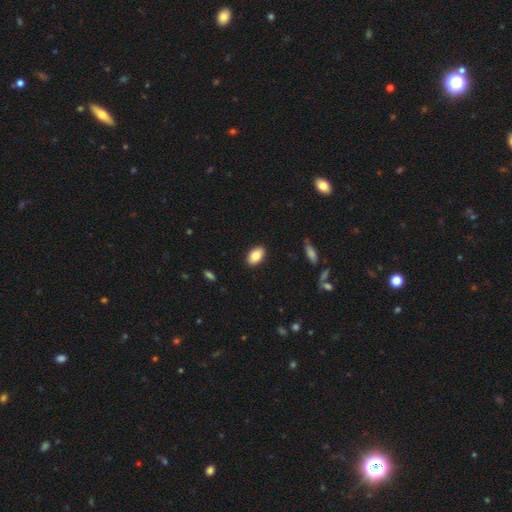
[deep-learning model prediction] This appears to be a smooth galaxy with no disk features (84%) that is in between round and cigar-shaped (92%). Merging: none (89%).